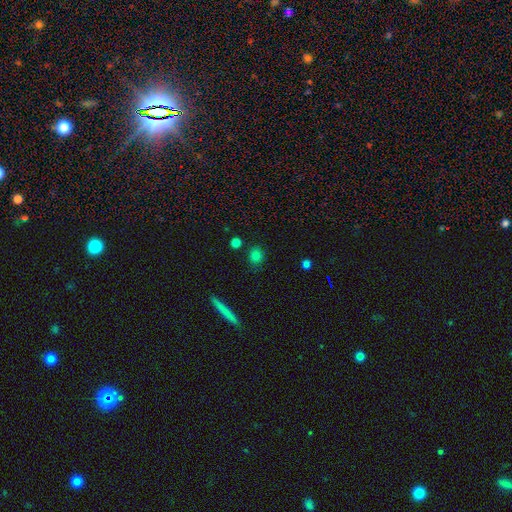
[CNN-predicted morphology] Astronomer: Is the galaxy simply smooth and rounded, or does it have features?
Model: smooth — 82%.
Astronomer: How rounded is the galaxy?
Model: round — 67%.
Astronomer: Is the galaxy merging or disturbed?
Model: none — 82%.